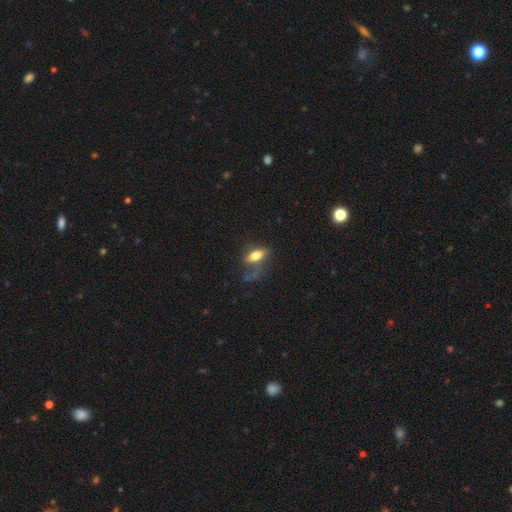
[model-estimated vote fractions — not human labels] A smooth galaxy with no disk features (70%) that is in between round and cigar-shaped (75%).

Vote fractions:
- Smooth or featured? smooth: 70% / featured or disk: 21% / star or artifact: 9%
- How rounded? in between: 75% / cigar-shaped: 21% / round: 5%
- Merging? none: 42% / major disturbance: 29% / minor disturbance: 24% / merger: 5%